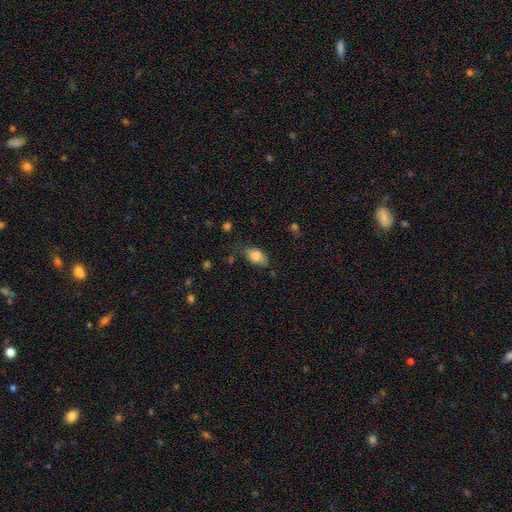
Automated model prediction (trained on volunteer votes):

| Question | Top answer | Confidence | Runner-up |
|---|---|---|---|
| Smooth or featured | smooth | 81% | featured or disk (11%) |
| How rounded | in between | 89% | round (7%) |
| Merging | none | 68% | minor disturbance (24%) |